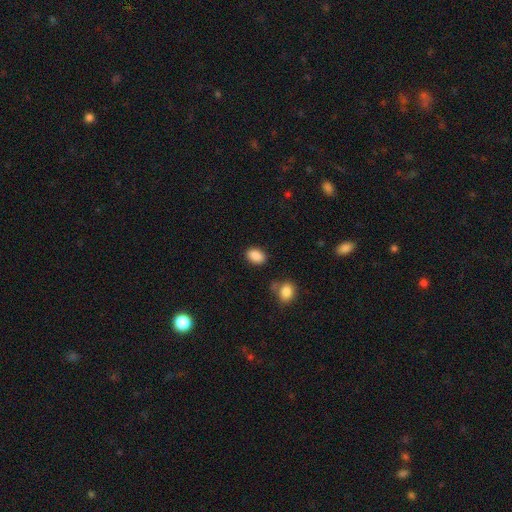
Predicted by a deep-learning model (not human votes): Smooth or featured: smooth — 88% (star or artifact — 8%)
How rounded: in between — 84% (round — 15%)
Merging: none — 82% (minor disturbance — 11%)